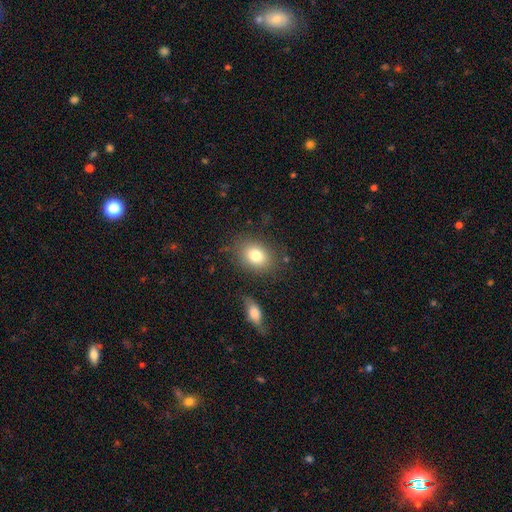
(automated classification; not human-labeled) The model was most divided on "how rounded": in between: 58%, round: 40%, cigar-shaped: 1%. More confident: merging — none (80%); smooth or featured — smooth (80%).